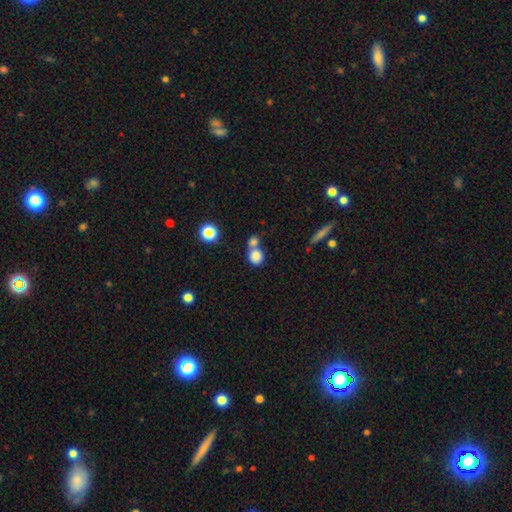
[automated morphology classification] A smooth galaxy with no disk features (82%) that is round (78%).

Vote fractions:
- Smooth or featured? smooth: 82% / star or artifact: 11% / featured or disk: 8%
- How rounded? round: 78% / in between: 21% / cigar-shaped: 1%
- Merging? merger: 46% / none: 42% / minor disturbance: 8% / major disturbance: 4%